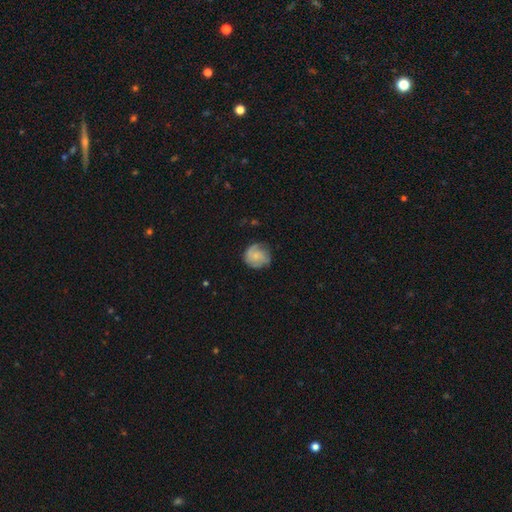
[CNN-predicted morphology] This is possibly a smooth galaxy (47%). Merging: likely none (69%).